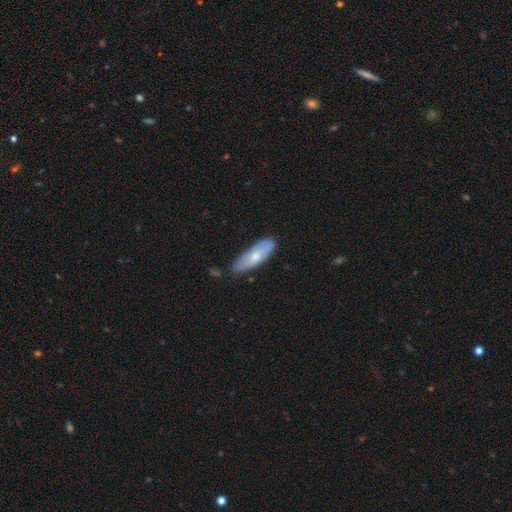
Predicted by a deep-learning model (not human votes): Smooth or featured? Predicted: smooth (p=0.60). How rounded? Predicted: in between (p=0.53). Merging? Predicted: none (p=0.71).